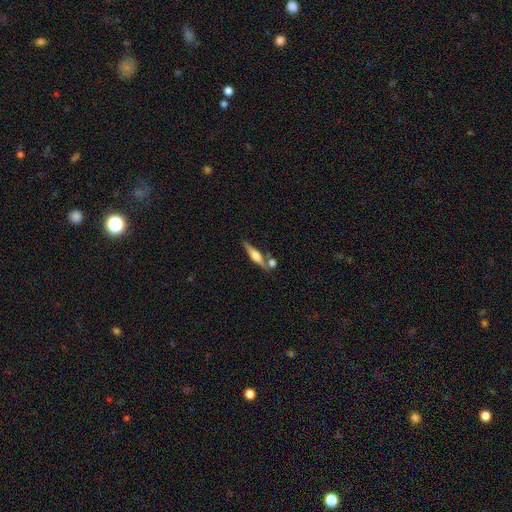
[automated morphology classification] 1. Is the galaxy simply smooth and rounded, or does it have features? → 64% featured or disk, 29% smooth, 7% star or artifact.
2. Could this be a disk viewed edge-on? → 96% yes, 4% no.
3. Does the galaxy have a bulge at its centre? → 84% rounded, 12% boxy, 4% none.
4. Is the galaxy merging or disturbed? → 69% none, 15% merger, 12% minor disturbance, 3% major disturbance.